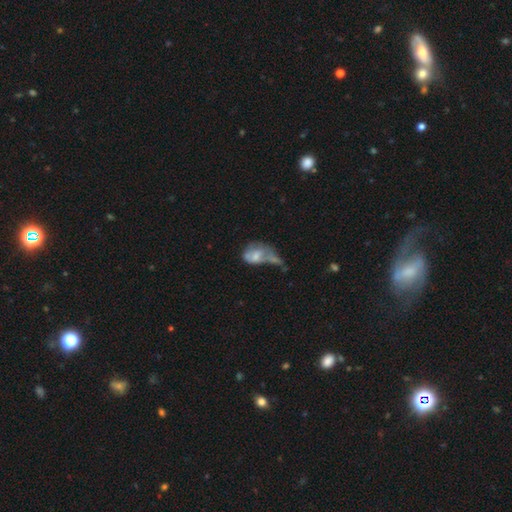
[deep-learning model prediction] The model was most divided on "merging": major disturbance: 37%, merger: 30%, minor disturbance: 18%, none: 15%. More confident: how rounded — in between (80%); smooth or featured — smooth (51%).